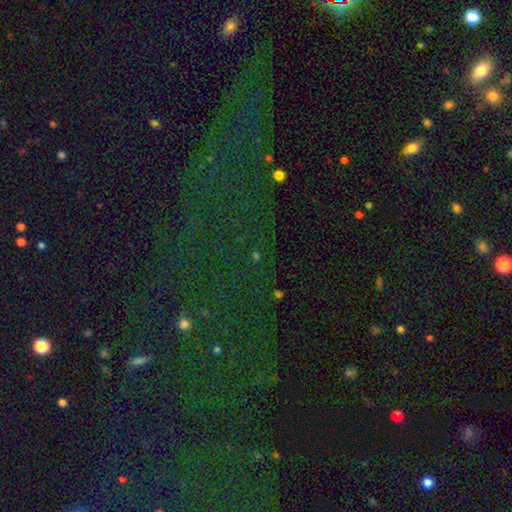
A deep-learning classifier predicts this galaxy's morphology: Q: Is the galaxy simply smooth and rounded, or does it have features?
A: star or artifact — 79%.